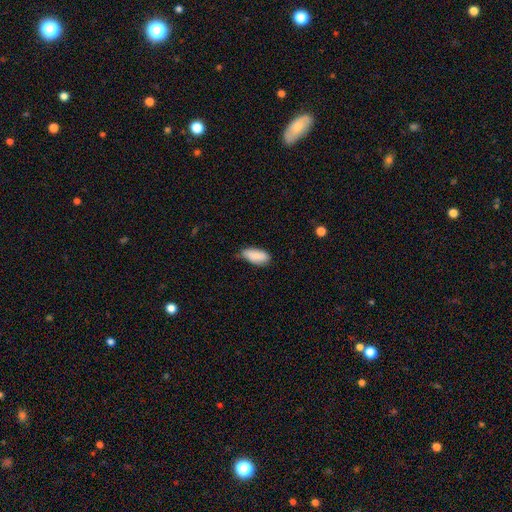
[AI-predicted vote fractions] Smooth or featured: smooth — 86% (featured or disk — 7%)
How rounded: in between — 87% (cigar-shaped — 11%)
Merging: none — 67% (minor disturbance — 28%)